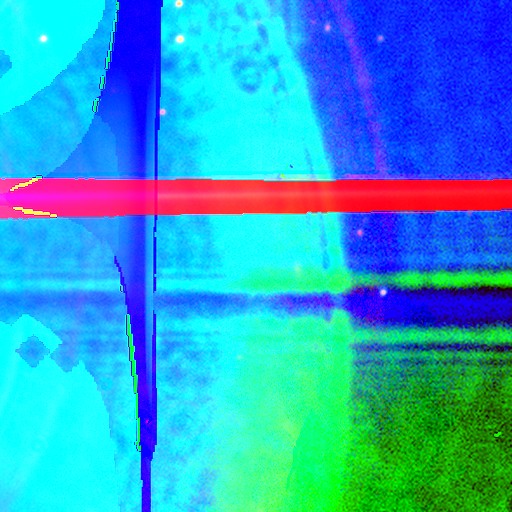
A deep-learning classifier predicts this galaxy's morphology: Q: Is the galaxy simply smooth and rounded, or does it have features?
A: star or artifact — 84%.